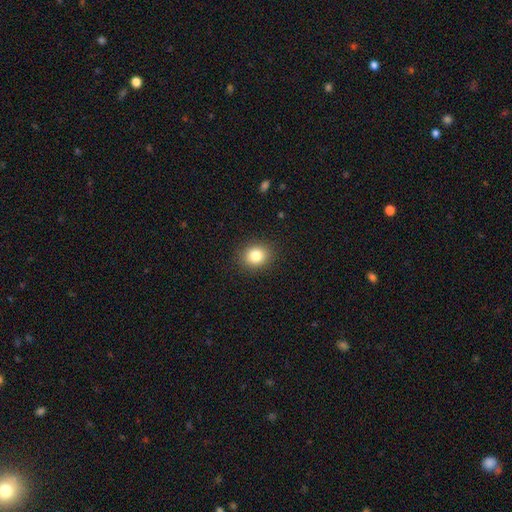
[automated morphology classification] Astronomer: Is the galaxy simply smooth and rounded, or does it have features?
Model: smooth — 83%.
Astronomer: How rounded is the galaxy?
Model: round — 71%.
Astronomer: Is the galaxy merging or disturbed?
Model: none — 90%.